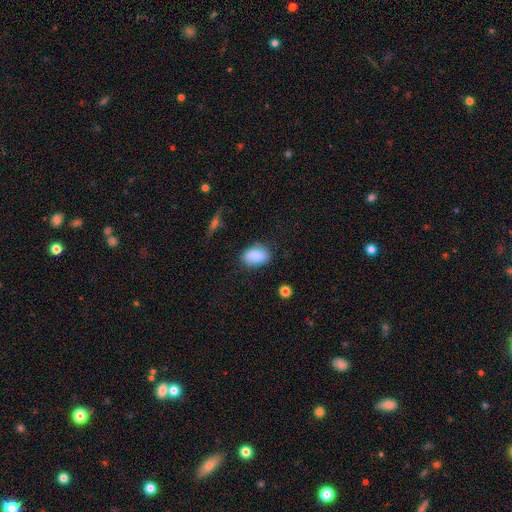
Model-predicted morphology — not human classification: Smooth or featured: smooth — 84% (featured or disk — 8%)
How rounded: in between — 86% (round — 12%)
Merging: none — 75% (minor disturbance — 18%)